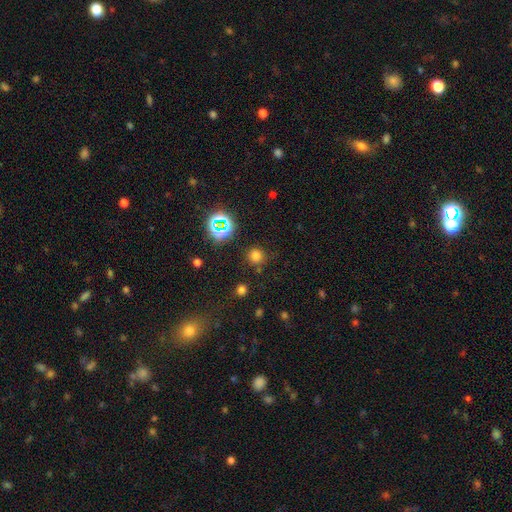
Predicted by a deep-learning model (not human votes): Overall: smooth (70%). How rounded: round (93%). Merging: none (85%).